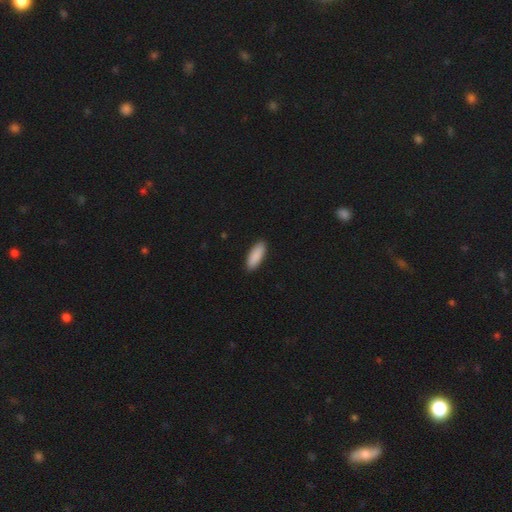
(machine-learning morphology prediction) Overall: smooth (90%). How rounded: in between (70%). Merging: none (91%).